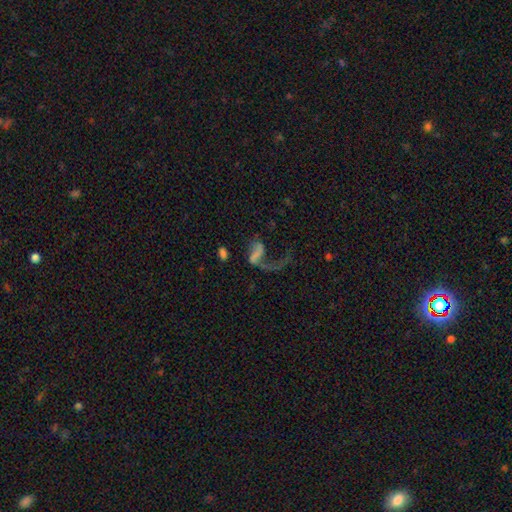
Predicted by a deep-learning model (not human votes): This is possibly a featured or disk galaxy (55%). It is clearly not viewed edge-on (96%). Bar: possibly no (56%). Spiral arm pattern: likely yes (61%). Central bulge: likely none (71%). Merging: possibly major disturbance (55%).